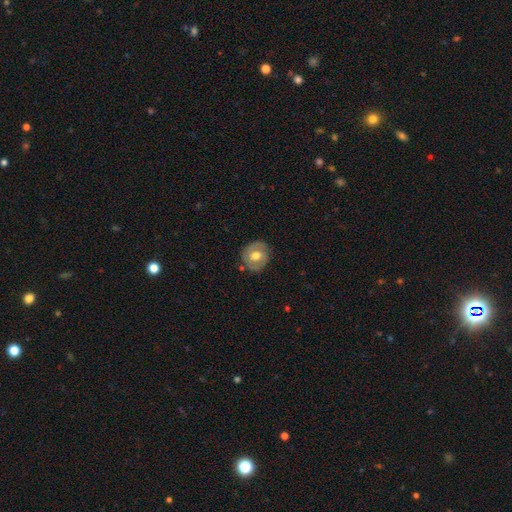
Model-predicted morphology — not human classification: This appears to be a featured or disk galaxy (48%). Merging: none (82%).